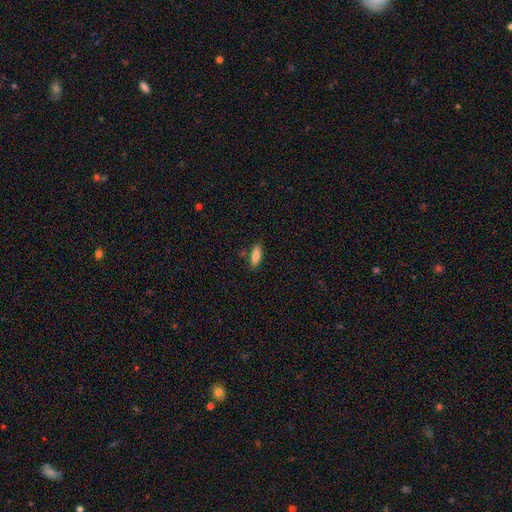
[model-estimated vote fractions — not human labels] Morphology: type=smooth (81%); roundness=in between (54%); merging=none (82%).